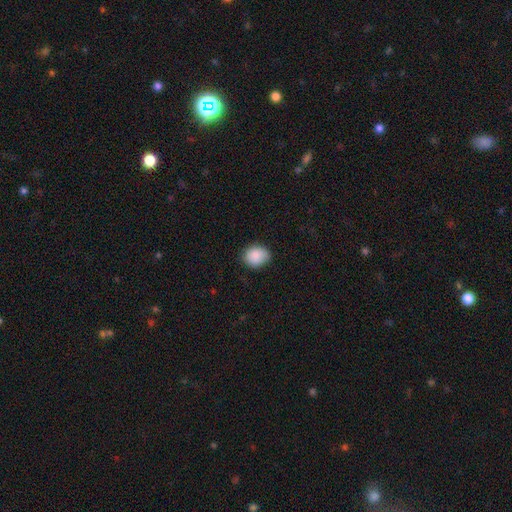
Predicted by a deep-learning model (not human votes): A smooth galaxy with no disk features (88%) that is round (51%).

Vote fractions:
- Smooth or featured? smooth: 88% / star or artifact: 7% / featured or disk: 5%
- How rounded? round: 51% / in between: 48% / cigar-shaped: 1%
- Merging? none: 77% / minor disturbance: 19% / major disturbance: 3% / merger: 1%